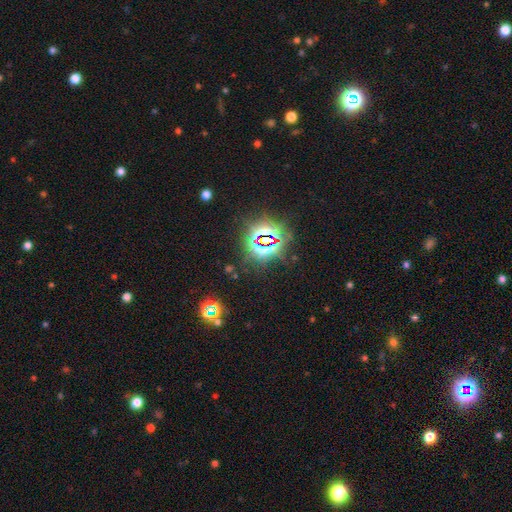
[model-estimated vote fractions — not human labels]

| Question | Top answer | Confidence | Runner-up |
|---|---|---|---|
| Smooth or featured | star or artifact | 83% | smooth (11%) |